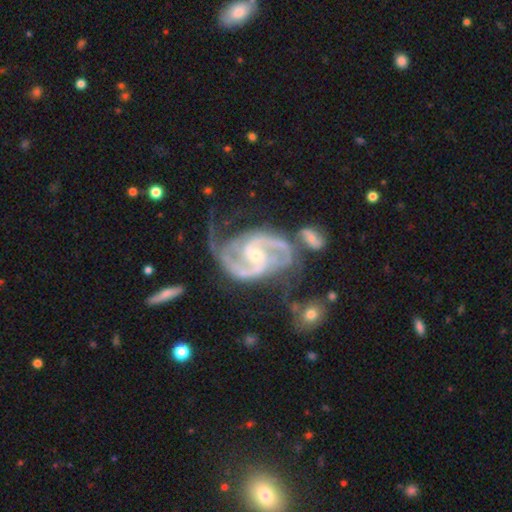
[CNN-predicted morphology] Overall: featured or disk (93%). Edge-on disk: no (98%). Bar: weak (41%; no 40%). Spiral arms: yes (99%). Spiral arm count: 2 (85%). Spiral winding: medium (57%; tight 30%). Bulge size: small (54%; moderate 42%). Merging: none (47%; minor disturbance 25%).